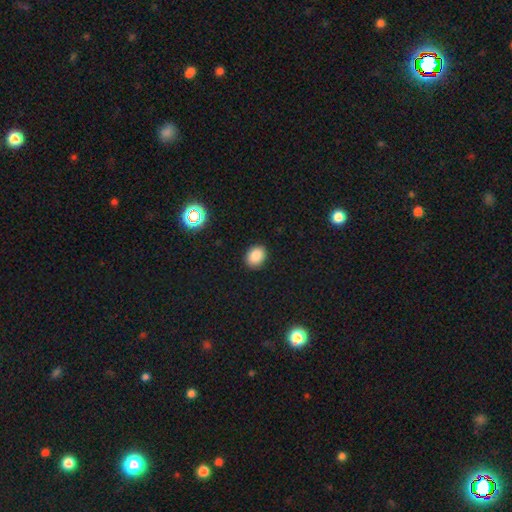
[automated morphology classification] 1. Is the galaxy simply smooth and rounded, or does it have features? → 85% smooth, 11% star or artifact, 4% featured or disk.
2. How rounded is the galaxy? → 57% in between, 42% round, 1% cigar-shaped.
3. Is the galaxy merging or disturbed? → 89% none, 8% minor disturbance, 2% major disturbance, 1% merger.